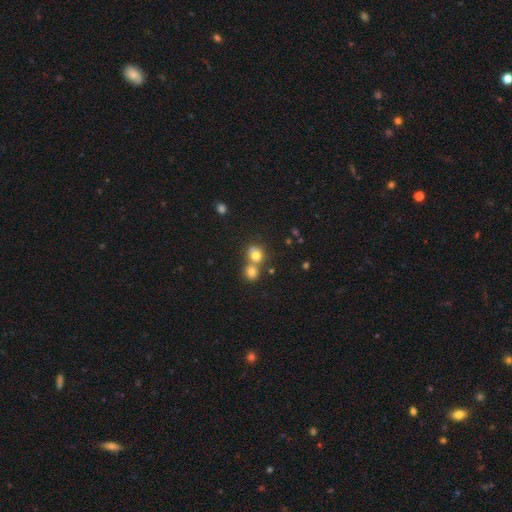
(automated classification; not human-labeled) This appears to be a smooth galaxy with no disk features (75%) that is round (81%). Merging: merger (48%).